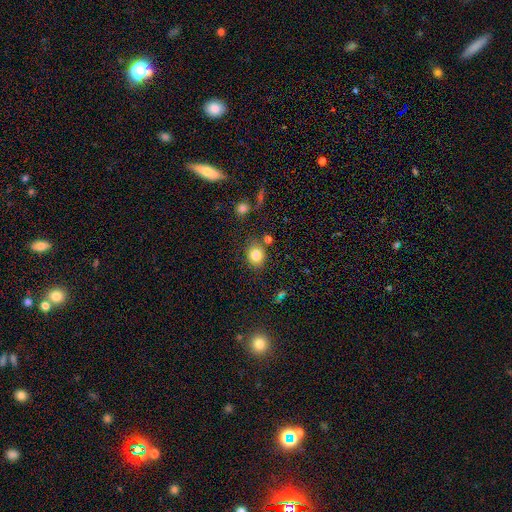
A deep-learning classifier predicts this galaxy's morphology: Q: Smooth or featured?
A: smooth (81%); runner-up: star or artifact (11%)
Q: How rounded?
A: round (56%); runner-up: in between (43%)
Q: Merging?
A: none (78%); runner-up: minor disturbance (12%)